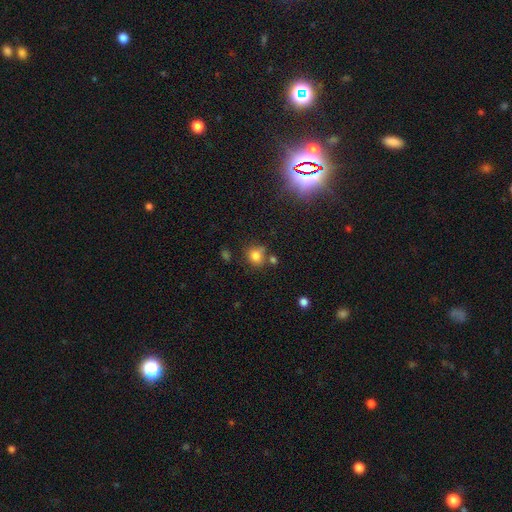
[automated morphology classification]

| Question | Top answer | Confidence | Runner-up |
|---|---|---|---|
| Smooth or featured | smooth | 79% | star or artifact (14%) |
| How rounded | round | 79% | in between (20%) |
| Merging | none | 66% | minor disturbance (16%) |